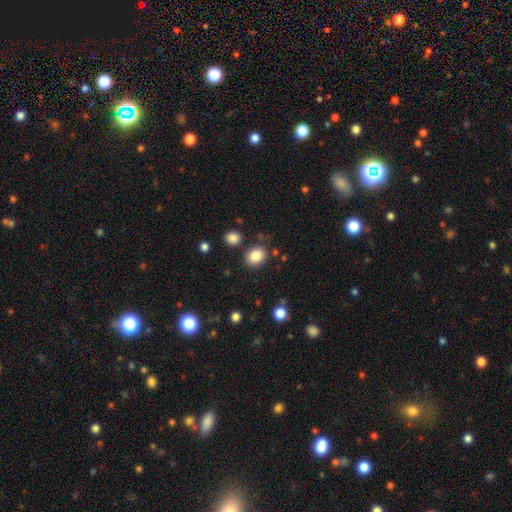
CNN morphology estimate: Smooth or featured?
  - smooth: 85% *
  - star or artifact: 9%
  - featured or disk: 6%
How rounded?
  - round: 53% *
  - in between: 46%
  - cigar-shaped: 1%
Merging?
  - none: 83% *
  - minor disturbance: 10%
  - merger: 5%
  - major disturbance: 3%